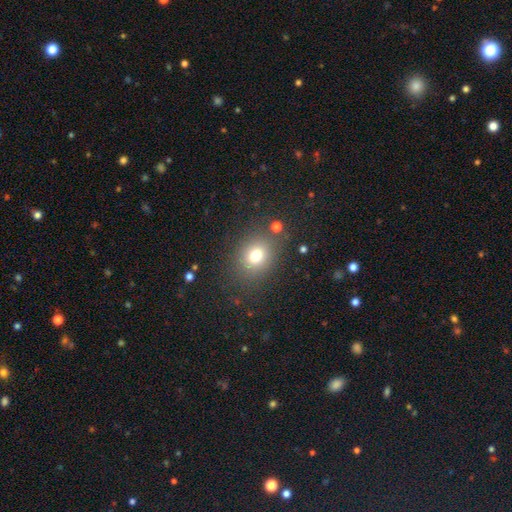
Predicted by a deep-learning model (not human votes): Q: Smooth or featured?
A: smooth (75%); runner-up: star or artifact (15%)
Q: How rounded?
A: round (58%); runner-up: in between (41%)
Q: Merging?
A: none (81%); runner-up: minor disturbance (11%)